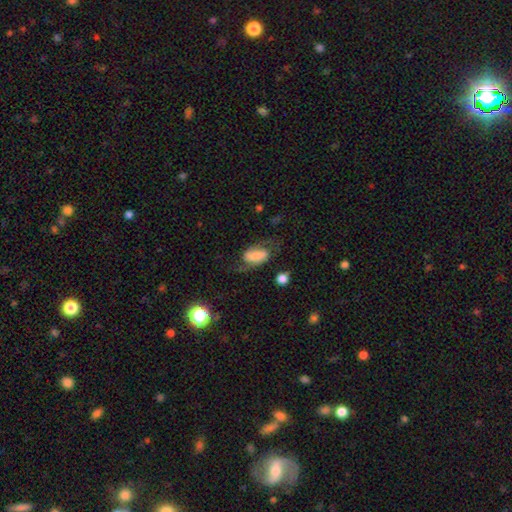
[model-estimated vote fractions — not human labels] This appears to be a featured or disk galaxy (49%). Merging: none (54%).